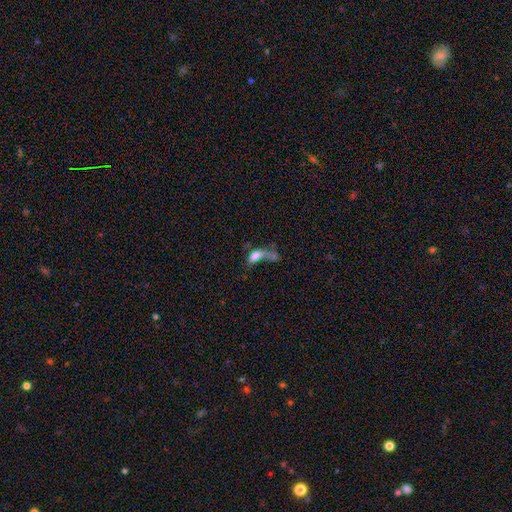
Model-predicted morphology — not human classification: A smooth galaxy with no disk features (60%) that is in between round and cigar-shaped (70%).

Vote fractions:
- Smooth or featured? smooth: 60% / featured or disk: 27% / star or artifact: 14%
- How rounded? in between: 70% / cigar-shaped: 21% / round: 9%
- Merging? major disturbance: 38% / merger: 33% / none: 17% / minor disturbance: 11%